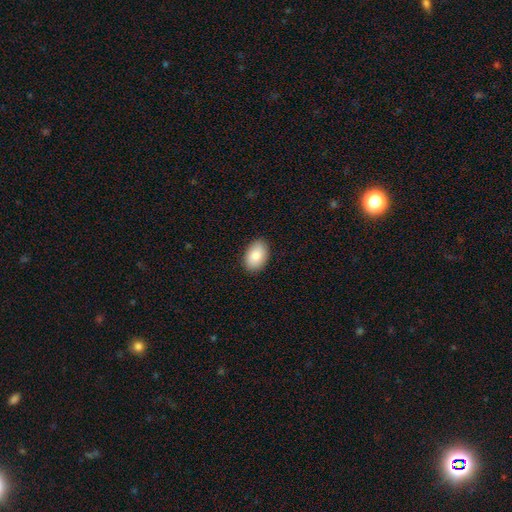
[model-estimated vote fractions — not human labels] The model was most divided on "smooth or featured": smooth: 87%, featured or disk: 7%, star or artifact: 6%. More confident: how rounded — in between (90%); merging — none (89%).